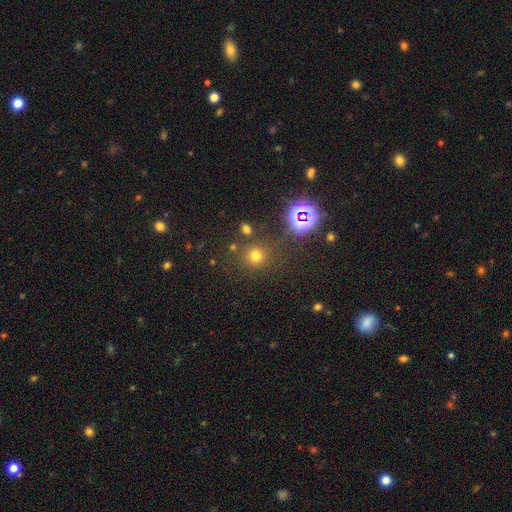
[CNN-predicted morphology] Smooth or featured? Predicted: smooth (p=0.68). How rounded? Predicted: round (p=0.90). Merging? Predicted: none (p=0.78).